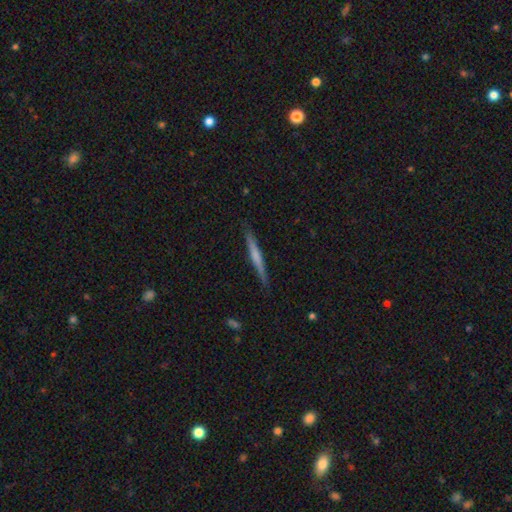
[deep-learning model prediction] A smooth galaxy with no disk features (48%). Merging: none (87%).